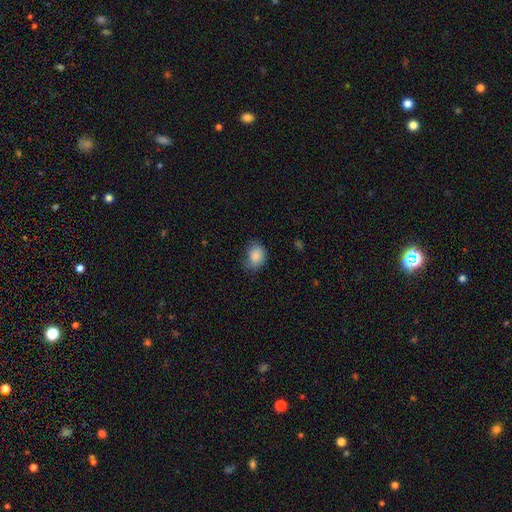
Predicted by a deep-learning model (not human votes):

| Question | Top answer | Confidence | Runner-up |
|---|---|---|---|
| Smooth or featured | smooth | 85% | star or artifact (8%) |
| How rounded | in between | 60% | round (39%) |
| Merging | none | 58% | minor disturbance (32%) |